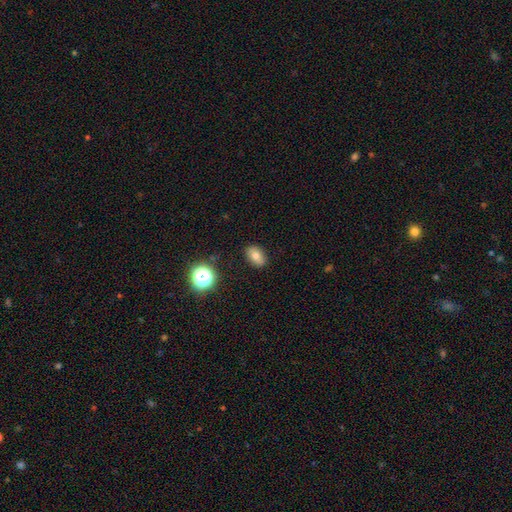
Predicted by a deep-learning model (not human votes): This is likely a smooth galaxy (74%). How rounded: clearly in between (83%). Merging: clearly none (87%).